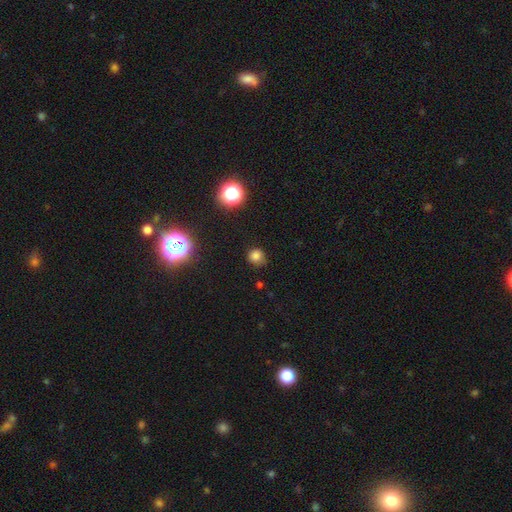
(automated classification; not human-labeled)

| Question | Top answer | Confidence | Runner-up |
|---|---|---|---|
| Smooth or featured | smooth | 77% | star or artifact (18%) |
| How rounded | round | 84% | in between (15%) |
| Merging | none | 74% | minor disturbance (19%) |